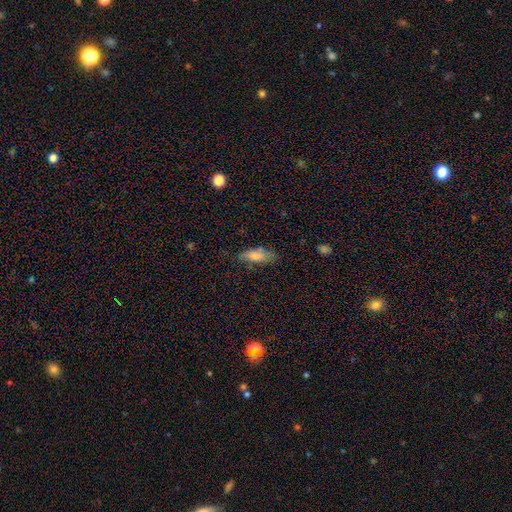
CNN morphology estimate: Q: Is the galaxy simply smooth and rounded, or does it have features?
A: smooth — 75%.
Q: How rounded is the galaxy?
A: in between — 64%.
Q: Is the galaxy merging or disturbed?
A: none — 63%.